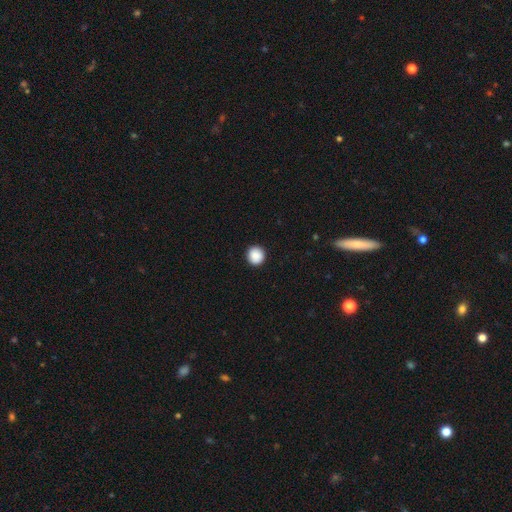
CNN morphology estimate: Q: Smooth or featured?
A: smooth (89%); runner-up: star or artifact (8%)
Q: How rounded?
A: round (94%); runner-up: in between (5%)
Q: Merging?
A: none (92%); runner-up: minor disturbance (5%)